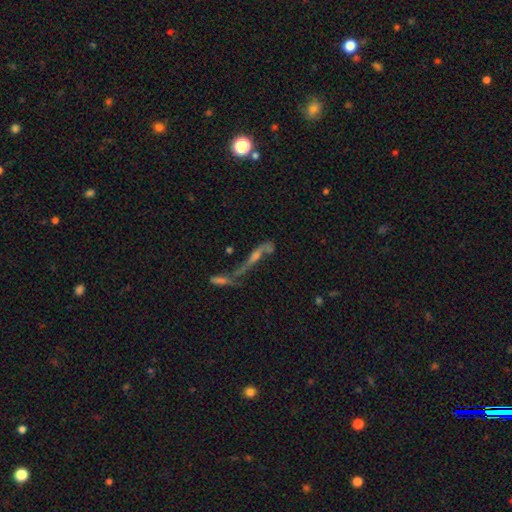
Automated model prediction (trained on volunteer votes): Smooth or featured: featured or disk — 56% (star or artifact — 23%)
Edge-on disk: no — 51% (yes — 49%)
Merging: merger — 44% (none — 27%)